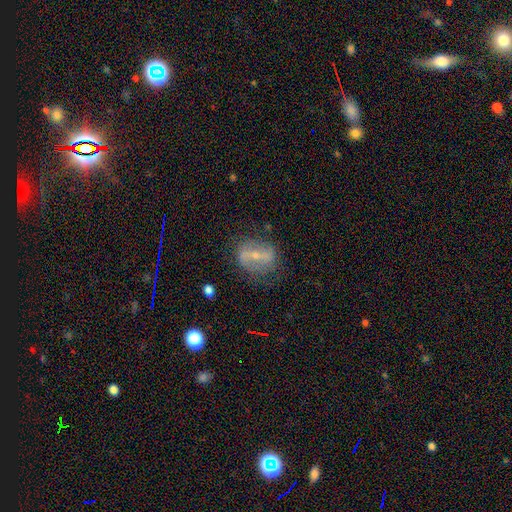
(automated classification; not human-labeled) smooth_or_featured: featured or disk (p=0.66) [alt: smooth p=0.23]
disk_edge_on: no (p=0.89) [alt: yes p=0.11]
bar: strong (p=0.59) [alt: weak p=0.26]
has_spiral_arms: yes (p=0.54) [alt: no p=0.46]
bulge_size: small (p=0.63) [alt: moderate p=0.31]
merging: none (p=0.69) [alt: minor disturbance p=0.19]